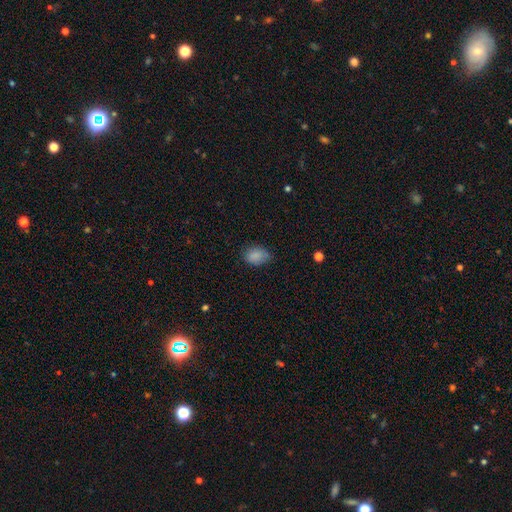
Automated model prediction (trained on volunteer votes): Smooth or featured?
  - smooth: 86% *
  - star or artifact: 9%
  - featured or disk: 5%
How rounded?
  - in between: 79% *
  - round: 20%
  - cigar-shaped: 1%
Merging?
  - none: 71% *
  - minor disturbance: 23%
  - major disturbance: 5%
  - merger: 1%